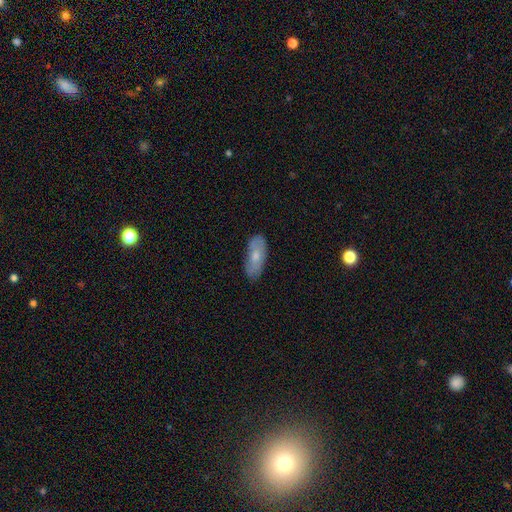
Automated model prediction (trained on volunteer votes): A smooth galaxy with no disk features (61%) that is in between round and cigar-shaped (82%). Merging: none (79%).